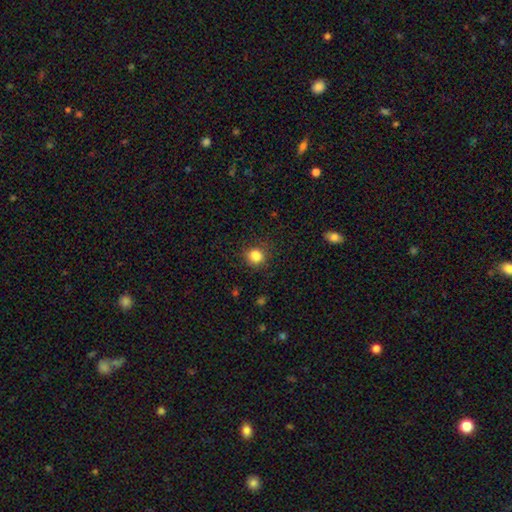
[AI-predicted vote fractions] Q: Smooth or featured?
A: smooth (83%); runner-up: star or artifact (12%)
Q: How rounded?
A: round (82%); runner-up: in between (17%)
Q: Merging?
A: none (83%); runner-up: minor disturbance (12%)